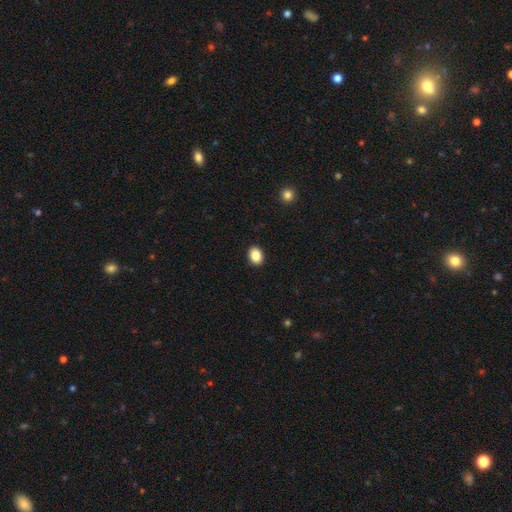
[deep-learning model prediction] The model was most divided on "how rounded": in between: 67%, round: 32%, cigar-shaped: 1%. More confident: merging — none (92%); smooth or featured — smooth (87%).